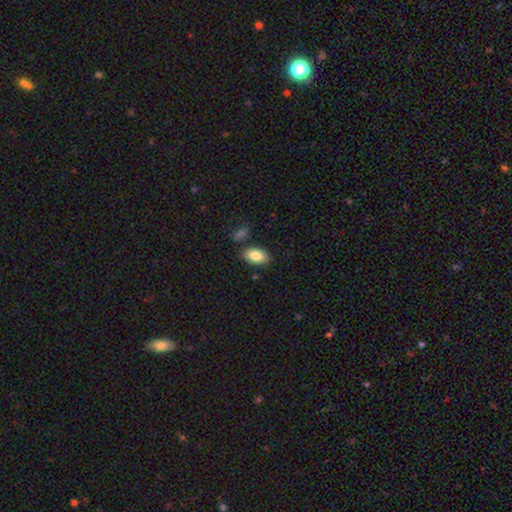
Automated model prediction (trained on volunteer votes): Smooth or featured: smooth — 86% (featured or disk — 7%)
How rounded: in between — 93% (round — 5%)
Merging: none — 82% (minor disturbance — 10%)